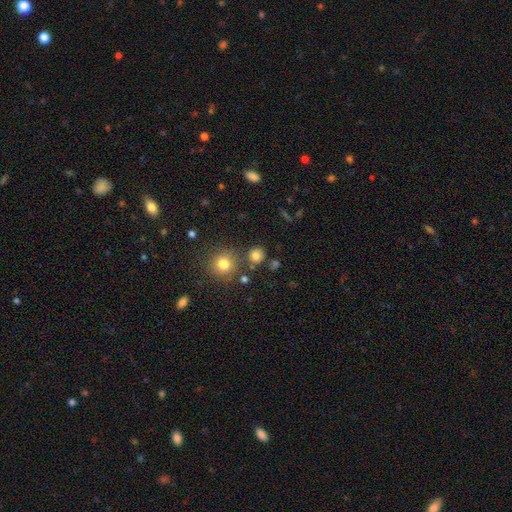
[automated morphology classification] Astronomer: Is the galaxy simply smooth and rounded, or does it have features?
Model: smooth — 78%.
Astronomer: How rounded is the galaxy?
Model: round — 89%.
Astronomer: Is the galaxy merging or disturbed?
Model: none — 79%.